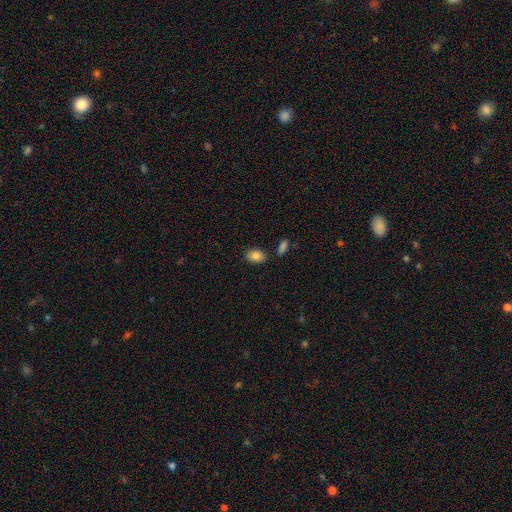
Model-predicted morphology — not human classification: Overall: smooth (85%). How rounded: in between (84%). Merging: none (80%).